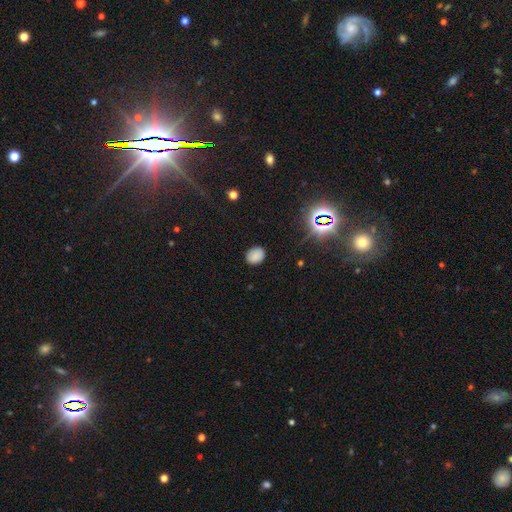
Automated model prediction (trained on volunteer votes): A smooth galaxy with no disk features (81%) that is in between round and cigar-shaped (58%).

Vote fractions:
- Smooth or featured? smooth: 81% / star or artifact: 14% / featured or disk: 5%
- How rounded? in between: 58% / round: 41% / cigar-shaped: 1%
- Merging? none: 85% / minor disturbance: 11% / major disturbance: 3% / merger: 1%